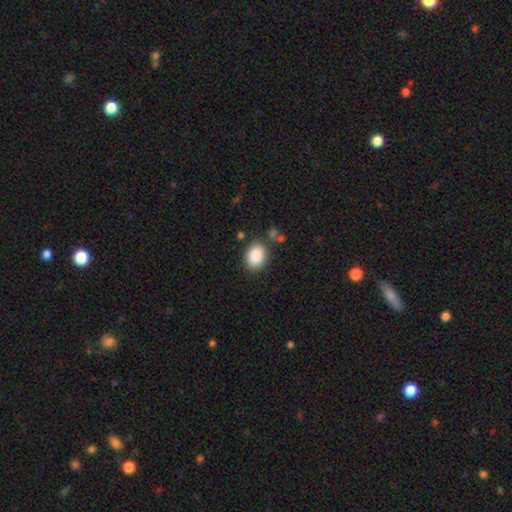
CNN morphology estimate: Smooth or featured?
  - smooth: 89% *
  - star or artifact: 7%
  - featured or disk: 4%
How rounded?
  - in between: 63% *
  - round: 36%
  - cigar-shaped: 1%
Merging?
  - none: 81% *
  - minor disturbance: 11%
  - merger: 4%
  - major disturbance: 4%